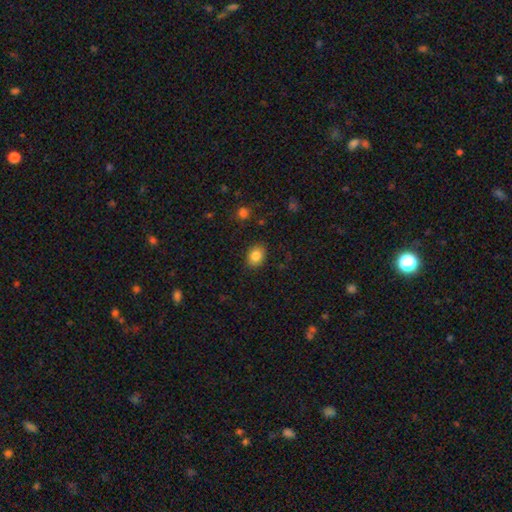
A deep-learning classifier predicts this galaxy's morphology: smooth-or-featured: smooth: 85% | star or artifact: 9% | featured or disk: 6%
  how-rounded: in between: 62% | round: 37% | cigar-shaped: 1%
  merging: none: 88% | minor disturbance: 9% | major disturbance: 2% | merger: 1%